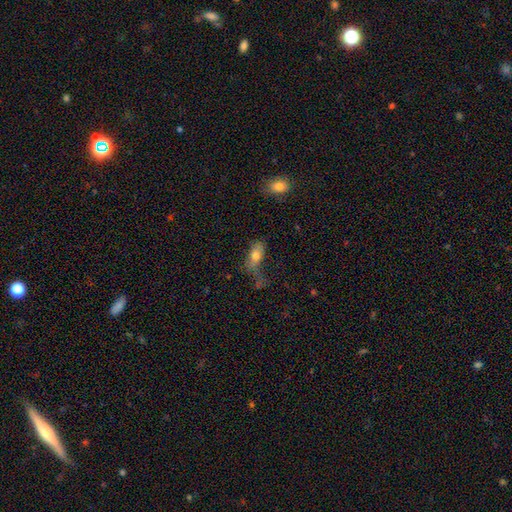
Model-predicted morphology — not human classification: Smooth or featured? smooth (67%)
How rounded? in between (78%)
Merging? major disturbance (40%)